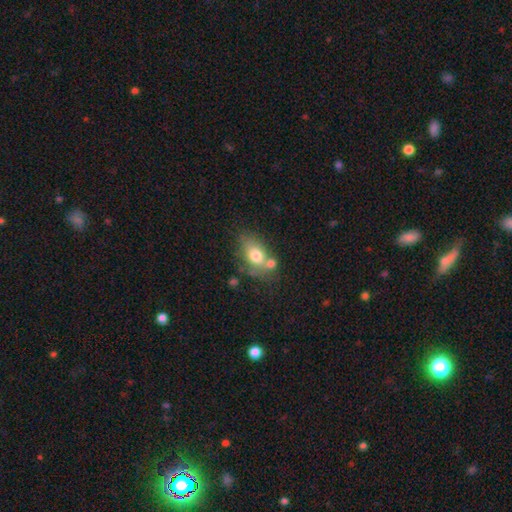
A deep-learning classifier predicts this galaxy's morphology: The model was most divided on "merging": none: 46%, merger: 28%, minor disturbance: 18%, major disturbance: 8%. More confident: how rounded — in between (79%); smooth or featured — smooth (70%).